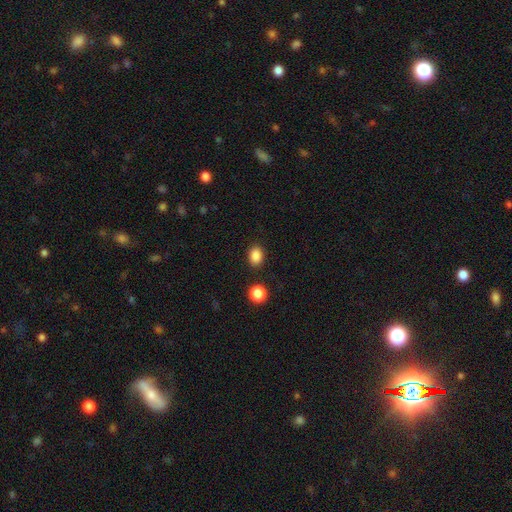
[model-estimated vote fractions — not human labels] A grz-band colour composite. It shows a smooth galaxy with no disk features (87%) that is in between round and cigar-shaped (66%). Merging: none (87%).